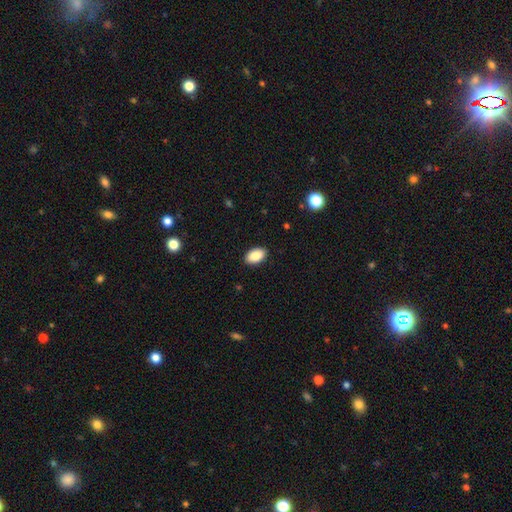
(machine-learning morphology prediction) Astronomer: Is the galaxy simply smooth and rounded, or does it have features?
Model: smooth — 88%.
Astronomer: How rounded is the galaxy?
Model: in between — 93%.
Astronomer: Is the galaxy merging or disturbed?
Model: none — 90%.